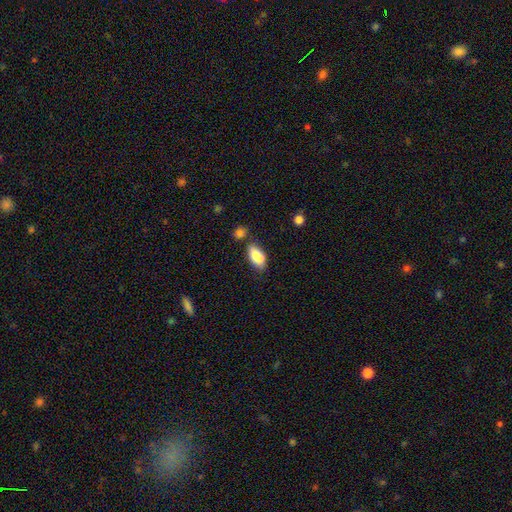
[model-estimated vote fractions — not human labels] A smooth galaxy with no disk features (83%) that is in between round and cigar-shaped (88%).

Vote fractions:
- Smooth or featured? smooth: 83% / featured or disk: 10% / star or artifact: 7%
- How rounded? in between: 88% / cigar-shaped: 9% / round: 3%
- Merging? none: 59% / minor disturbance: 21% / merger: 15% / major disturbance: 5%